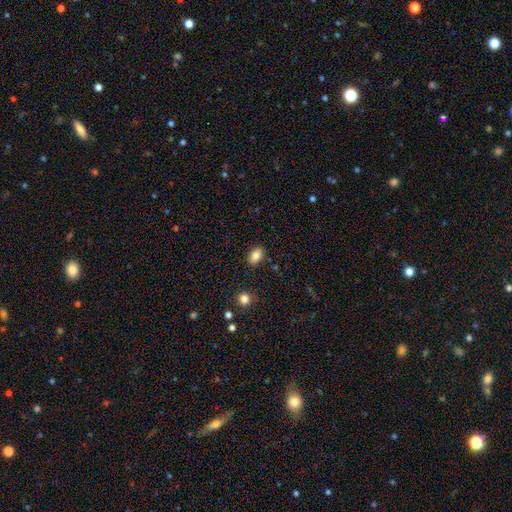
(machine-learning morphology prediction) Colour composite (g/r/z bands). It shows a smooth galaxy with no disk features (84%) that is in between round and cigar-shaped (88%). Merging: none (86%).